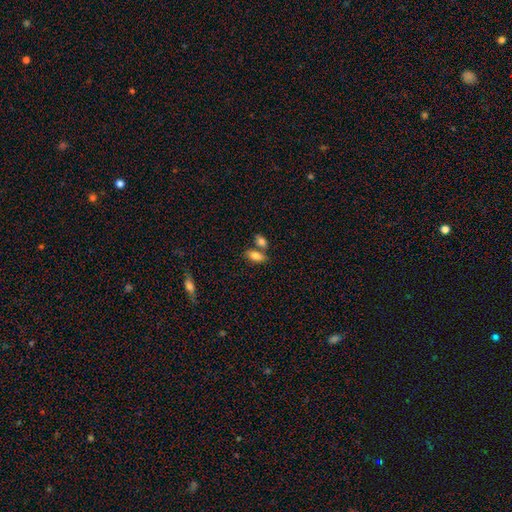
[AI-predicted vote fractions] The model was most divided on "merging": none: 52%, merger: 32%, minor disturbance: 12%, major disturbance: 4%. More confident: how rounded — in between (87%); smooth or featured — smooth (82%).